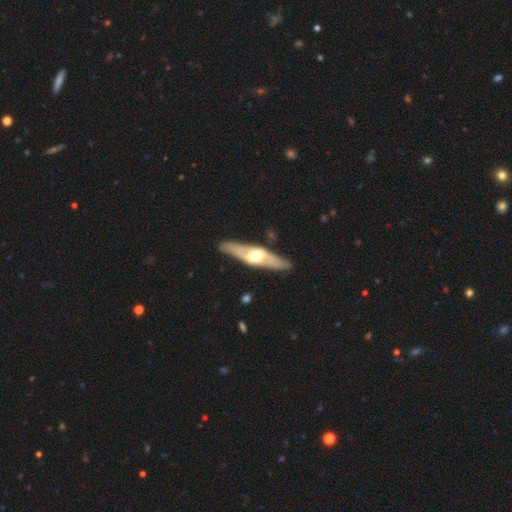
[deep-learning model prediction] smooth-or-featured: featured or disk: 72% | smooth: 23% | star or artifact: 4%
  disk-edge-on: yes: 70% | no: 30%
    edge-on-bulge: rounded: 89% | boxy: 7% | none: 5%
  merging: none: 85% | minor disturbance: 10% | major disturbance: 3% | merger: 1%